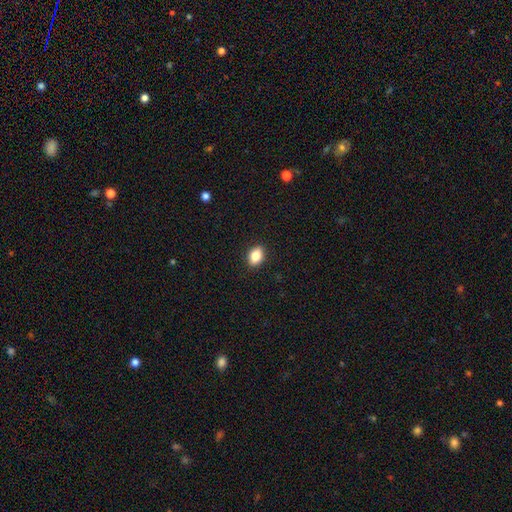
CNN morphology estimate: smooth 85%, star or artifact 8%, featured or disk 6%. Down the decision tree: how rounded — in between (81%); merging — none (90%).